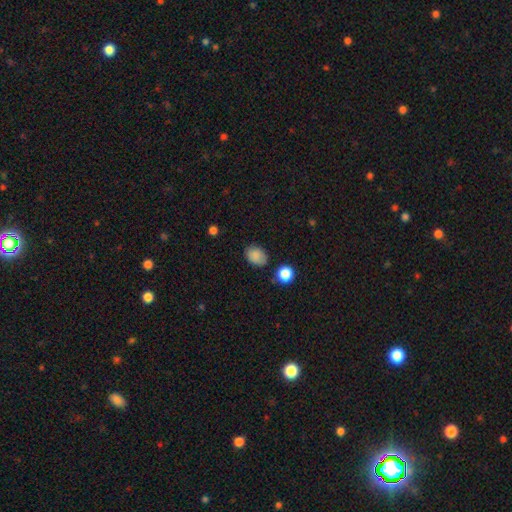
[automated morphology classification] Smooth or featured?
  - smooth: 85% *
  - star or artifact: 9%
  - featured or disk: 5%
How rounded?
  - in between: 63% *
  - round: 36%
  - cigar-shaped: 1%
Merging?
  - none: 77% *
  - minor disturbance: 17%
  - major disturbance: 4%
  - merger: 3%